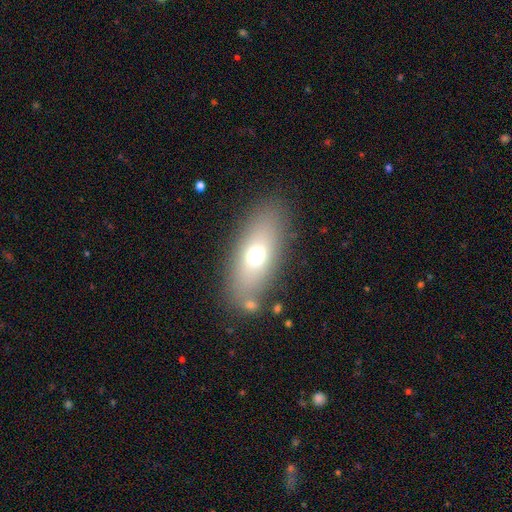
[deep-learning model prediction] A smooth galaxy with no disk features (67%) that is in between round and cigar-shaped (79%).

Vote fractions:
- Smooth or featured? smooth: 67% / featured or disk: 24% / star or artifact: 10%
- How rounded? in between: 79% / cigar-shaped: 15% / round: 5%
- Merging? none: 80% / minor disturbance: 11% / merger: 5% / major disturbance: 4%